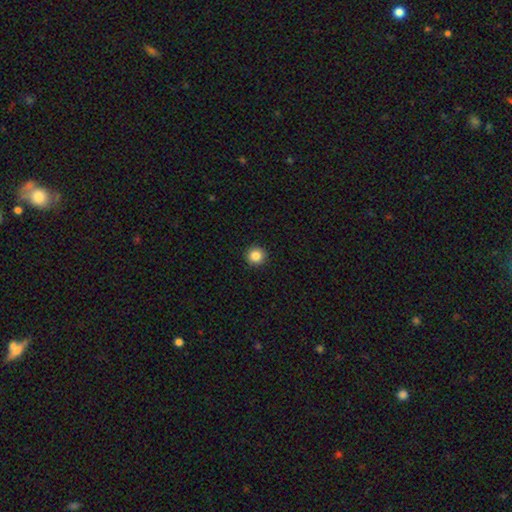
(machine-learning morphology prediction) Smooth or featured? smooth (86%)
How rounded? round (95%)
Merging? none (93%)